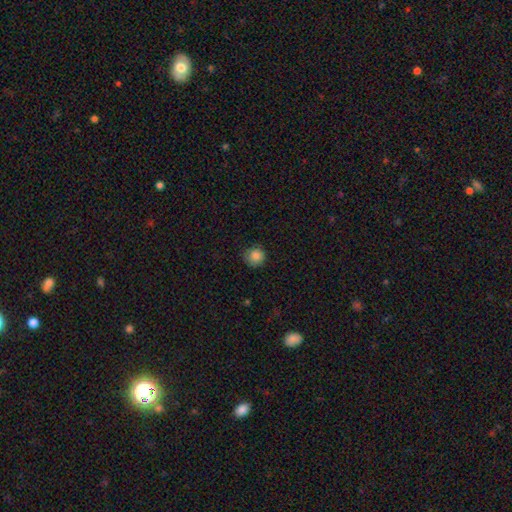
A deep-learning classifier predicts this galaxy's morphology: smooth 85%, star or artifact 10%, featured or disk 5%. Down the decision tree: how rounded — round (92%); merging — none (80%).